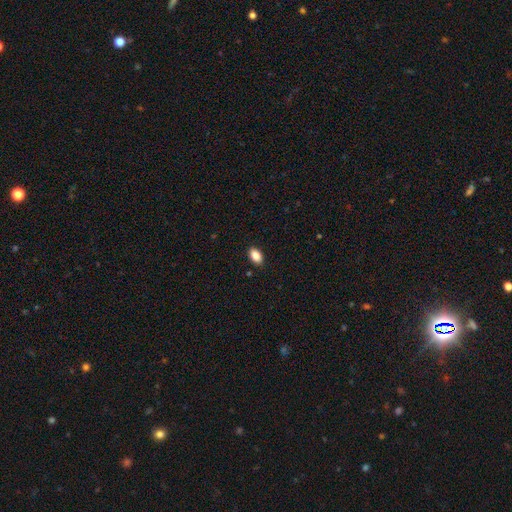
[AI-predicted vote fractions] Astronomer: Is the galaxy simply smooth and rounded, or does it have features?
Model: smooth — 88%.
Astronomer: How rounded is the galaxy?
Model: in between — 91%.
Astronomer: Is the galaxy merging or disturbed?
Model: none — 90%.